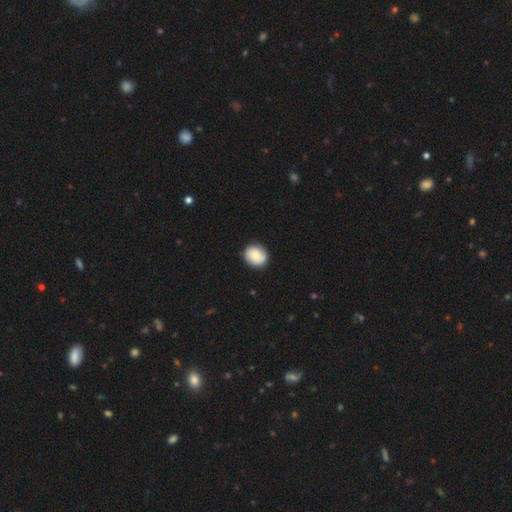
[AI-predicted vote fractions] Smooth or featured? smooth (63%)
How rounded? round (81%)
Merging? none (85%)